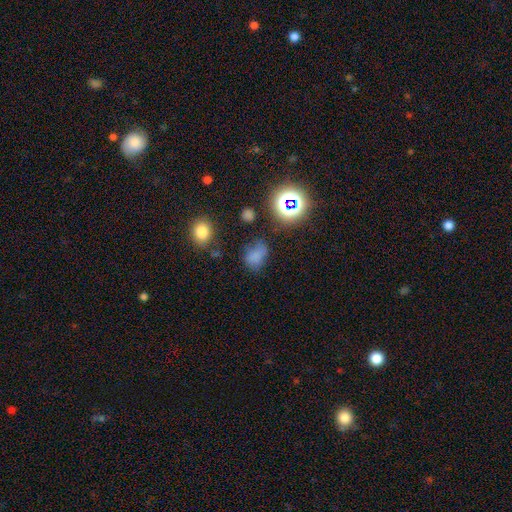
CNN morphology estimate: Smooth or featured?
  - smooth: 66% *
  - star or artifact: 25%
  - featured or disk: 10%
How rounded?
  - in between: 65% *
  - round: 33%
  - cigar-shaped: 2%
Merging?
  - none: 49% *
  - minor disturbance: 27%
  - major disturbance: 16%
  - merger: 7%